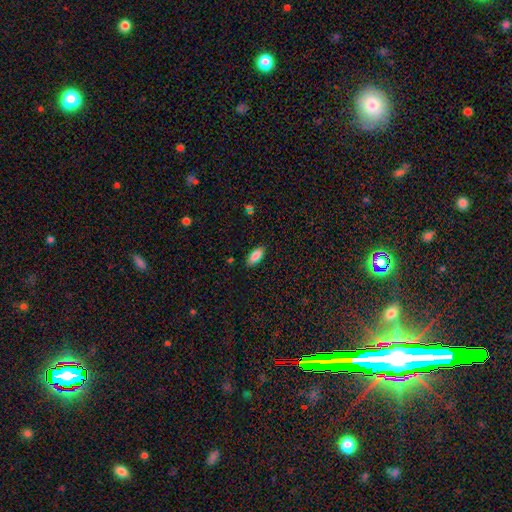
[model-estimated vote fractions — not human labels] A smooth galaxy with no disk features (85%) that is in between round and cigar-shaped (85%).

Vote fractions:
- Smooth or featured? smooth: 85% / featured or disk: 8% / star or artifact: 7%
- How rounded? in between: 85% / cigar-shaped: 13% / round: 2%
- Merging? none: 87% / minor disturbance: 10% / major disturbance: 2% / merger: 1%